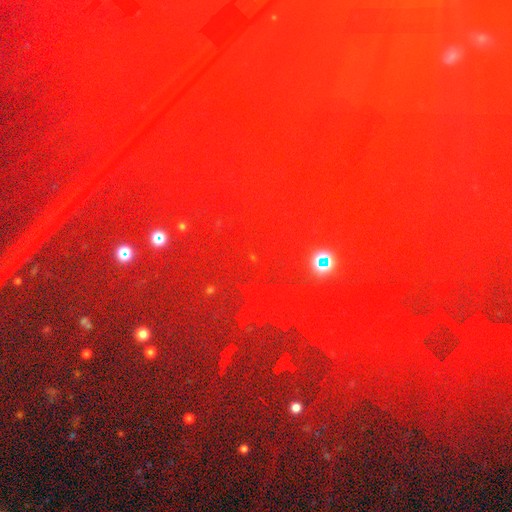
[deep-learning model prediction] This is clearly a star or artifact rather than a galaxy (87%).